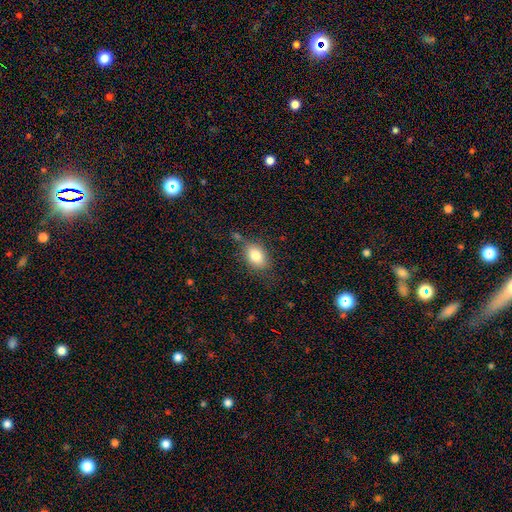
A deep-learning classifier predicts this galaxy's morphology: Smooth or featured? Predicted: smooth (p=0.80). How rounded? Predicted: in between (p=0.77). Merging? Predicted: none (p=0.70).